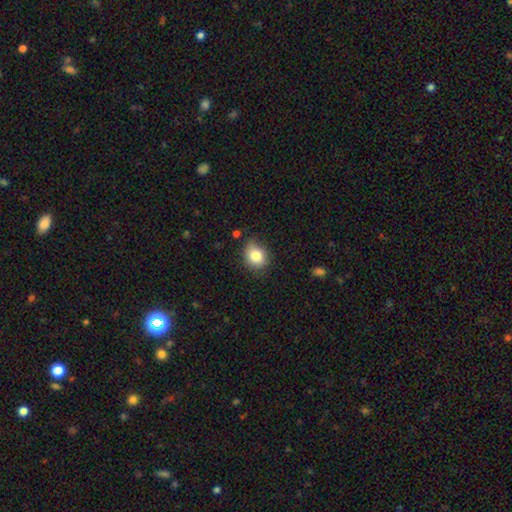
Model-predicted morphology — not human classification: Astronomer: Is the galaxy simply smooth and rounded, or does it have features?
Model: smooth — 82%.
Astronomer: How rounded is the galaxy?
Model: round — 65%.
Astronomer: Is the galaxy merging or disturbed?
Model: none — 74%.